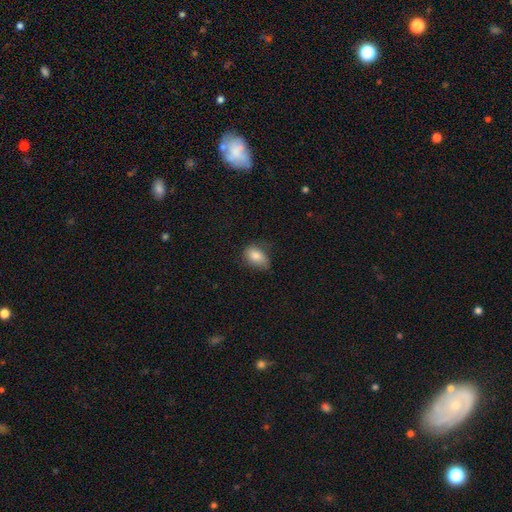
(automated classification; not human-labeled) Q: Smooth or featured?
A: smooth (83%); runner-up: featured or disk (9%)
Q: How rounded?
A: in between (81%); runner-up: round (17%)
Q: Merging?
A: none (59%); runner-up: minor disturbance (31%)